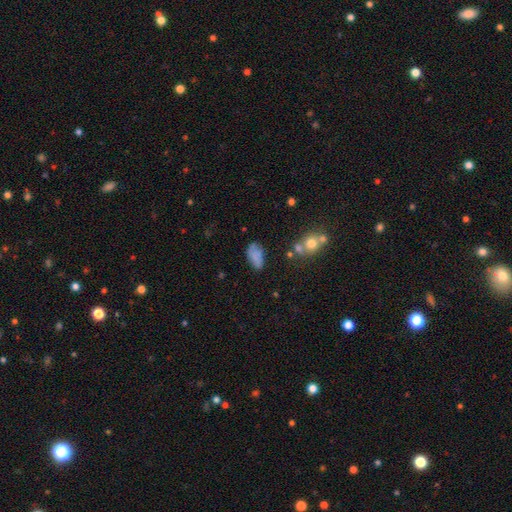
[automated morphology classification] Smooth or featured? Predicted: smooth (p=0.71). How rounded? Predicted: in between (p=0.91). Merging? Predicted: none (p=0.58).